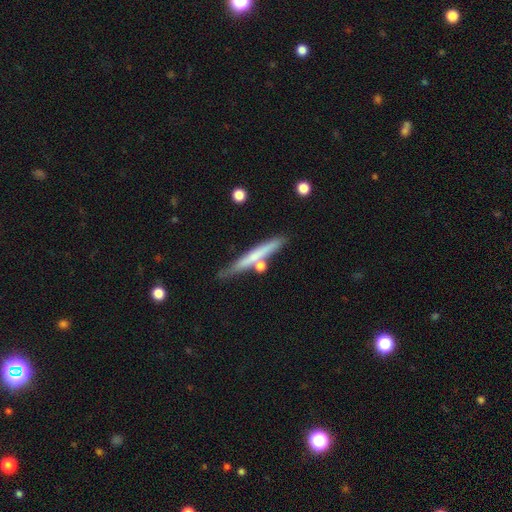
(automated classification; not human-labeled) This is possibly a smooth galaxy (52%). How rounded: clearly cigar-shaped (95%). Merging: likely none (75%).